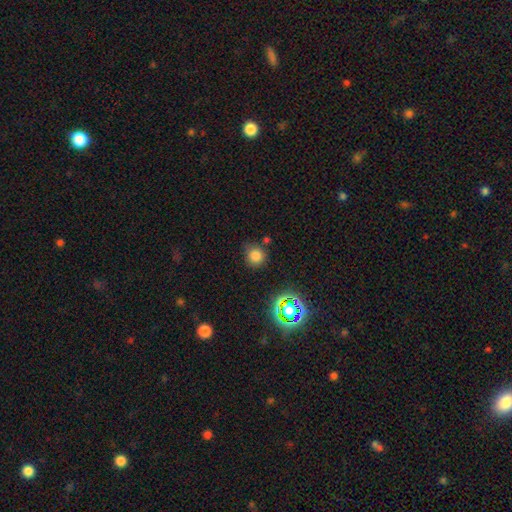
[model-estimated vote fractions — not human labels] Smooth or featured? smooth (75%)
How rounded? round (91%)
Merging? none (78%)